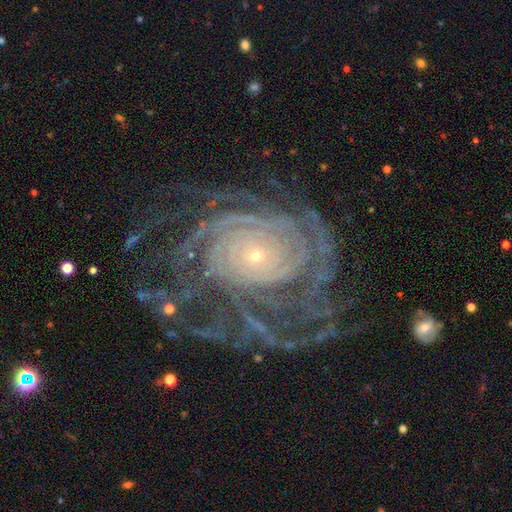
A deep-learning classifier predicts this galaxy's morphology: Q: Smooth or featured?
A: featured or disk (89%); runner-up: star or artifact (7%)
Q: Edge-on disk?
A: no (97%); runner-up: yes (3%)
Q: Bar?
A: no (80%); runner-up: weak (13%)
Q: Spiral arms?
A: yes (97%); runner-up: no (3%)
Q: Spiral winding?
A: tight (79%); runner-up: medium (17%)
Q: Spiral arm count?
A: more than 4 (33%); runner-up: can't tell (23%)
Q: Bulge size?
A: small (84%); runner-up: moderate (12%)
Q: Merging?
A: none (63%); runner-up: minor disturbance (18%)